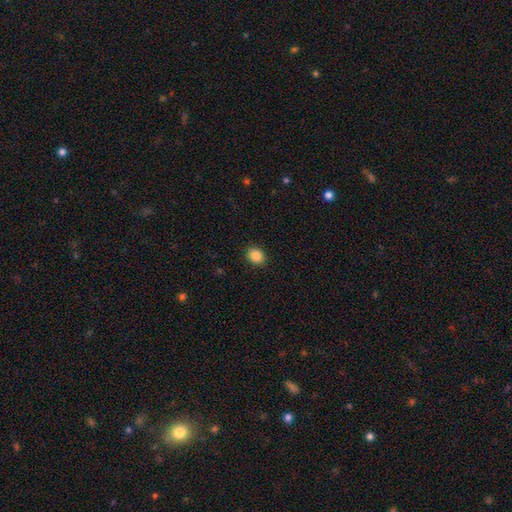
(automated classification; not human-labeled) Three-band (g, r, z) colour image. It shows a smooth galaxy with no disk features (87%) that is round (51%). Merging: none (90%).